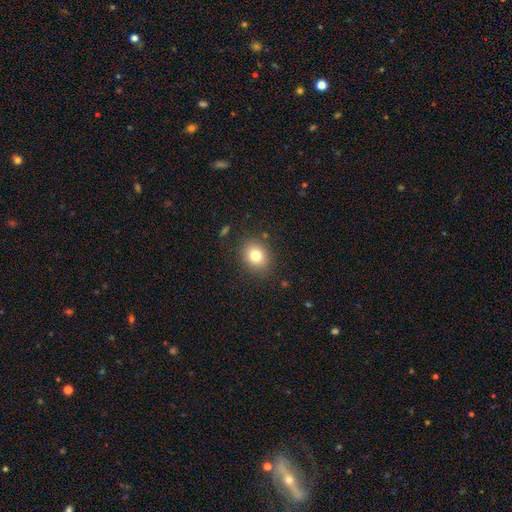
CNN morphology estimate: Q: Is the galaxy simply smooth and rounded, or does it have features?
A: smooth — 79%.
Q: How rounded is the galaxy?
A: round — 63%.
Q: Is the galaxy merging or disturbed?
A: none — 85%.